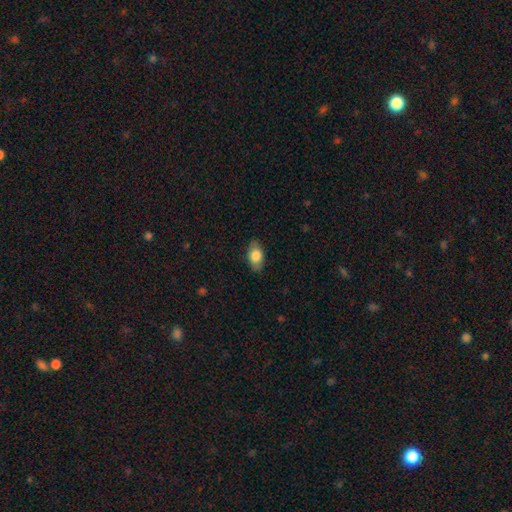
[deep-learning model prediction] Morphology: type=smooth (79%); roundness=in between (91%); merging=none (84%).